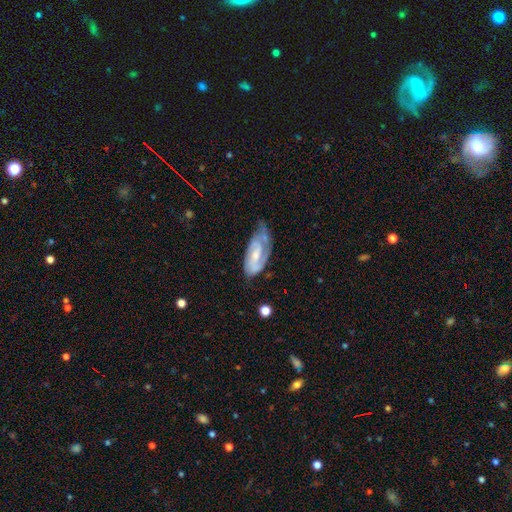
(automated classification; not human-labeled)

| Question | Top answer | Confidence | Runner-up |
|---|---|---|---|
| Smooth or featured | featured or disk | 77% | smooth (17%) |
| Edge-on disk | no | 94% | yes (6%) |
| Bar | no | 44% | weak (42%) |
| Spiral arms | yes | 93% | no (7%) |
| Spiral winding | tight | 51% | medium (38%) |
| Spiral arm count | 2 | 64% | can't tell (16%) |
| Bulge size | small | 49% | moderate (39%) |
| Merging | none | 49% | minor disturbance (33%) |